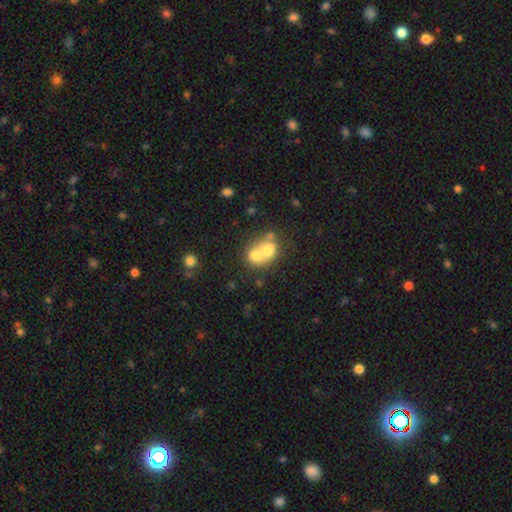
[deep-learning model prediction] The model was most divided on "how rounded": round: 62%, in between: 37%, cigar-shaped: 1%. More confident: merging — merger (69%); smooth or featured — smooth (61%).